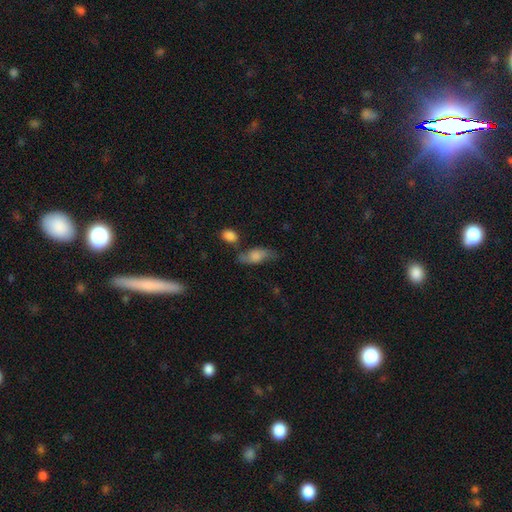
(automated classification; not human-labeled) Morphology: type=smooth (56%); roundness=in between (75%); merging=none (55%).